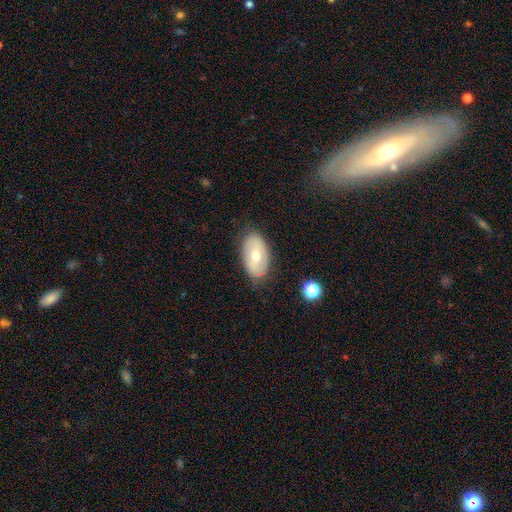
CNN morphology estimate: This is possibly a smooth galaxy (56%). How rounded: clearly in between (92%). Merging: likely none (78%).